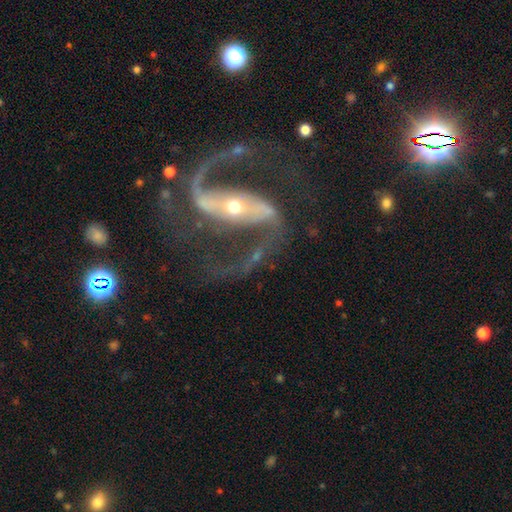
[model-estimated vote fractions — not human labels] Smooth or featured? featured or disk (93%)
Edge-on disk? no (97%)
Bar? strong (64%)
Spiral arms? yes (98%)
Spiral winding? medium (51%)
Spiral arm count? 2 (94%)
Bulge size? small (51%)
Merging? none (74%)